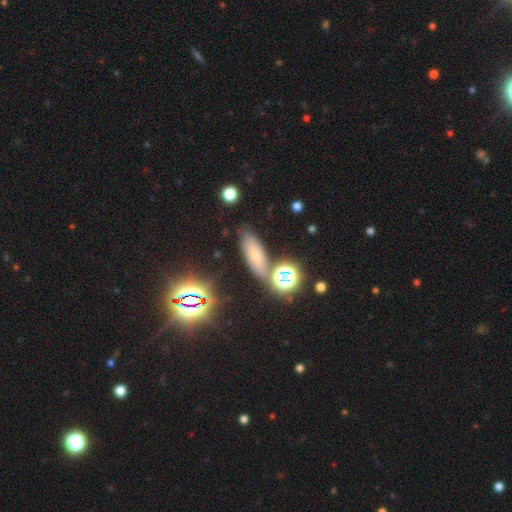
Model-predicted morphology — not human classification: Overall: smooth (54%; star or artifact 26%). How rounded: in between (58%; cigar-shaped 34%). Merging: none (75%).